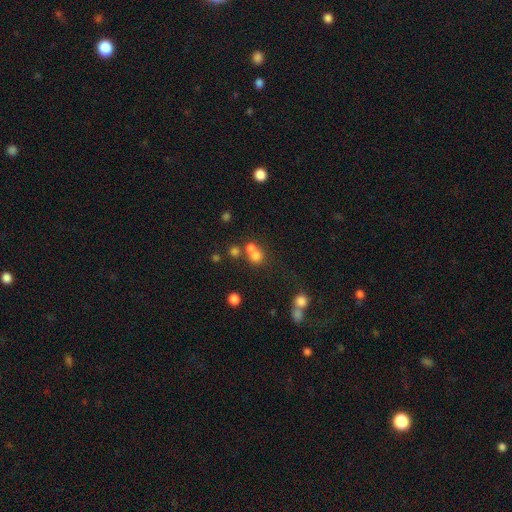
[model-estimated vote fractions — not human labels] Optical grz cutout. It shows a smooth galaxy with no disk features (69%) that is round (80%). Merging: merger (52%).